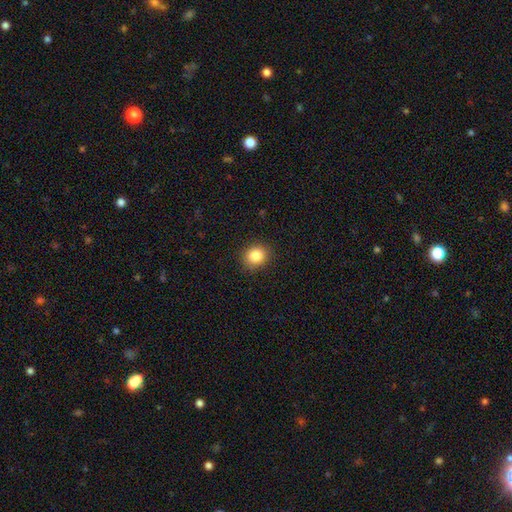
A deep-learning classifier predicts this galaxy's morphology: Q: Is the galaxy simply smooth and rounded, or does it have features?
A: smooth — 86%.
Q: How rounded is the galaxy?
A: round — 78%.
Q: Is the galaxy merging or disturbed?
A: none — 88%.